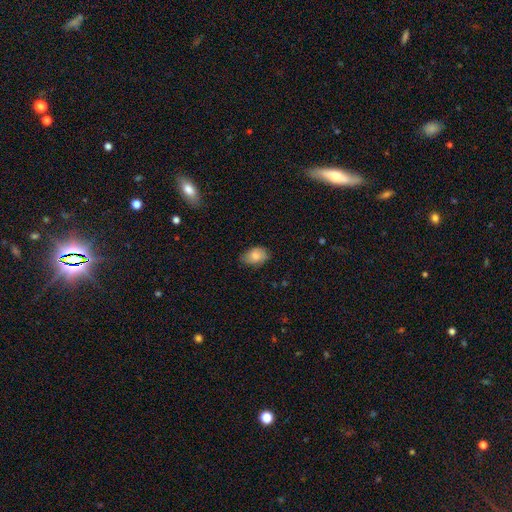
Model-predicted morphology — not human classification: smooth-or-featured: smooth: 78% | featured or disk: 15% | star or artifact: 7%
  how-rounded: in between: 84% | round: 15% | cigar-shaped: 1%
  merging: none: 67% | minor disturbance: 27% | major disturbance: 5% | merger: 1%